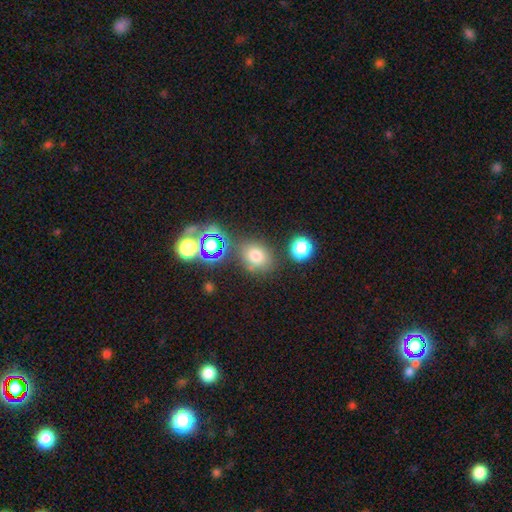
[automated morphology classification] This appears to be a smooth galaxy with no disk features (70%) that is round (54%). Merging: none (73%).